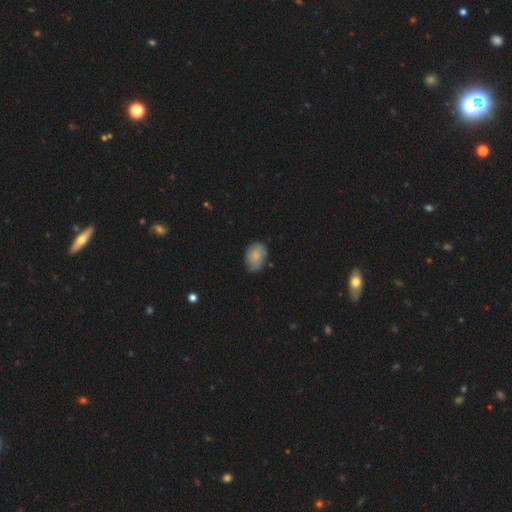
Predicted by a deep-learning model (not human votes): smooth_or_featured: smooth (p=0.78) [alt: featured or disk p=0.15]
how_rounded: in between (p=0.80) [alt: round p=0.18]
merging: none (p=0.72) [alt: minor disturbance p=0.22]